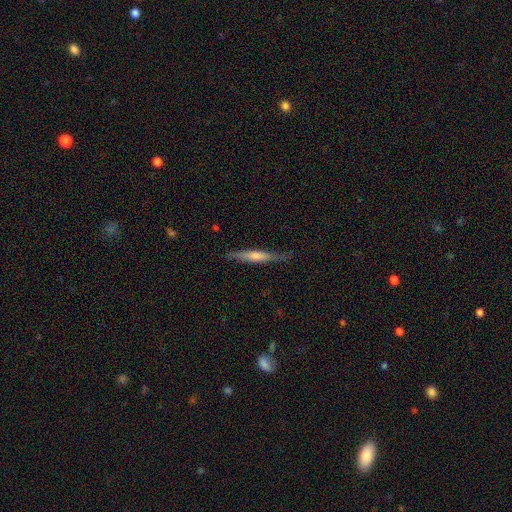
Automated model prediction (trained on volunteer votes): Overall: featured or disk (66%; smooth 27%). Edge-on disk: yes (95%). Edge-on bulge: rounded (66%). Merging: none (82%).